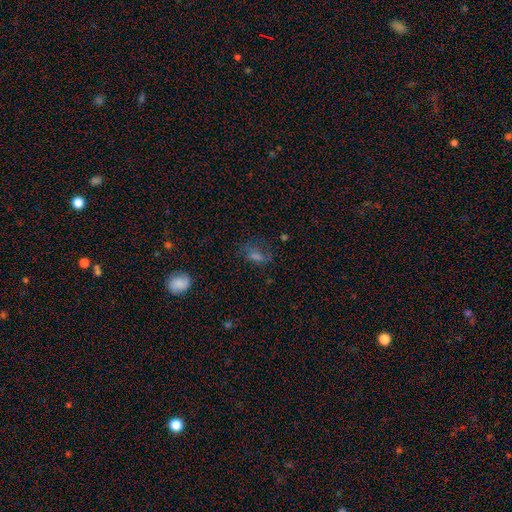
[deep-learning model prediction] Smooth or featured?
  - smooth: 51% *
  - star or artifact: 26%
  - featured or disk: 22%
How rounded?
  - in between: 74% *
  - round: 20%
  - cigar-shaped: 6%
Merging?
  - none: 59% *
  - minor disturbance: 21%
  - major disturbance: 17%
  - merger: 3%